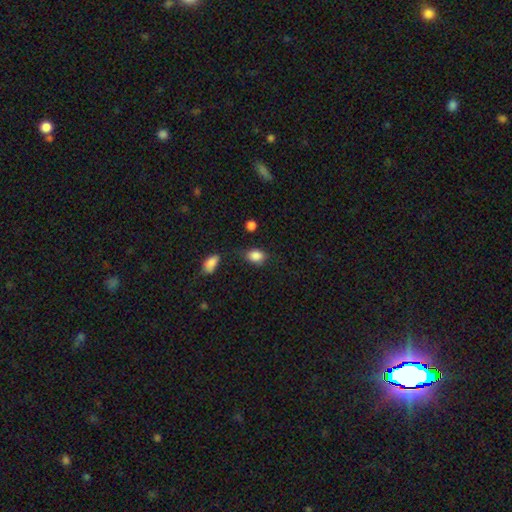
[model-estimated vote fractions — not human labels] smooth 86%, star or artifact 9%, featured or disk 5%. Down the decision tree: how rounded — in between (69%); merging — none (63%).